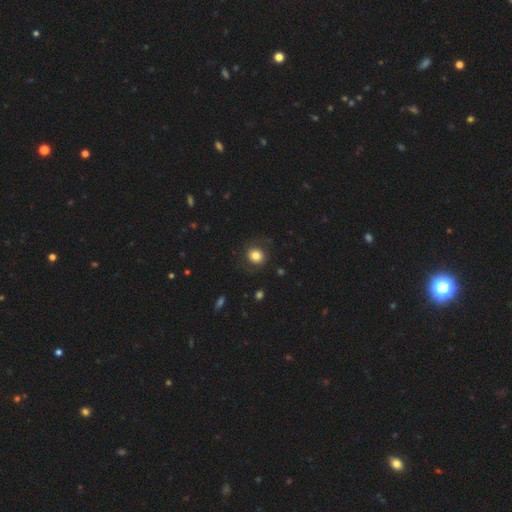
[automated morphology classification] The model was most divided on "how rounded": round: 76%, in between: 23%, cigar-shaped: 1%. More confident: merging — none (79%); smooth or featured — smooth (73%).